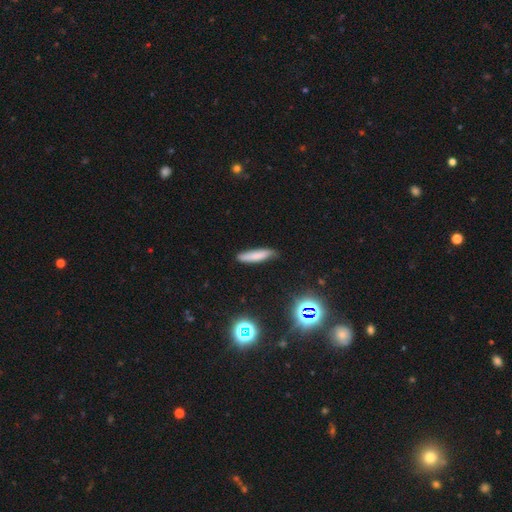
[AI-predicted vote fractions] smooth-or-featured: smooth: 78% | featured or disk: 12% | star or artifact: 10%
  how-rounded: cigar-shaped: 79% | in between: 20% | round: 2%
  merging: none: 81% | minor disturbance: 15% | major disturbance: 3% | merger: 2%